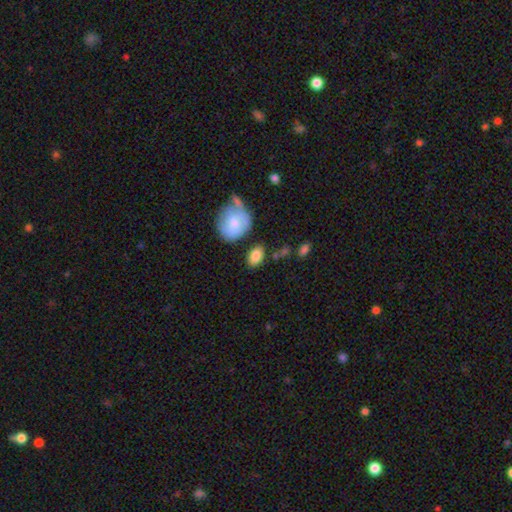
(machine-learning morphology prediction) Q: Smooth or featured?
A: smooth (84%); runner-up: featured or disk (9%)
Q: How rounded?
A: in between (85%); runner-up: round (13%)
Q: Merging?
A: none (72%); runner-up: minor disturbance (16%)